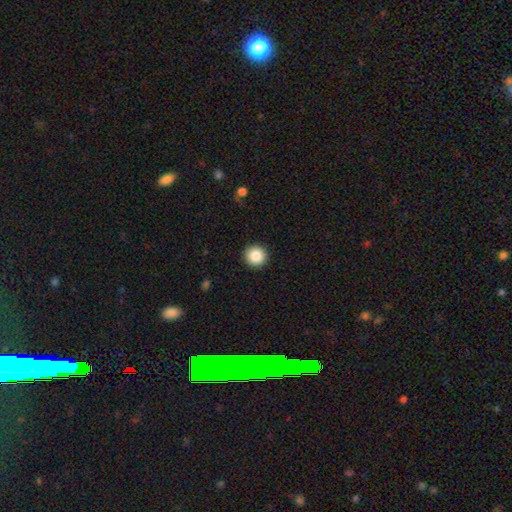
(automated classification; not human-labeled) This is clearly a smooth galaxy (86%). How rounded: clearly round (95%). Merging: clearly none (93%).